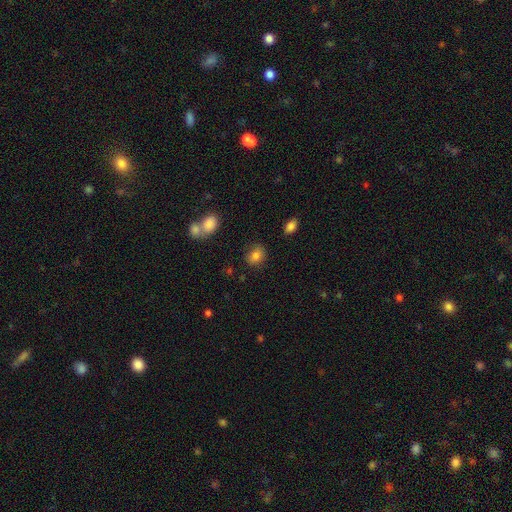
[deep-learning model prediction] Morphology: type=smooth (83%); roundness=round (52%); merging=none (77%).